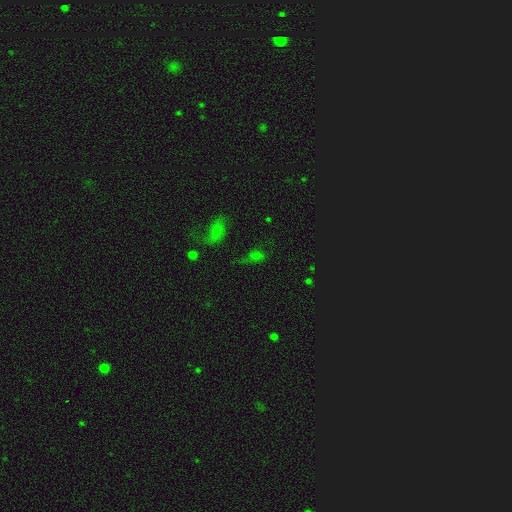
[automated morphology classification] smooth-or-featured: smooth: 45% | star or artifact: 42% | featured or disk: 14%
  merging: none: 50% | minor disturbance: 20% | major disturbance: 18% | merger: 12%